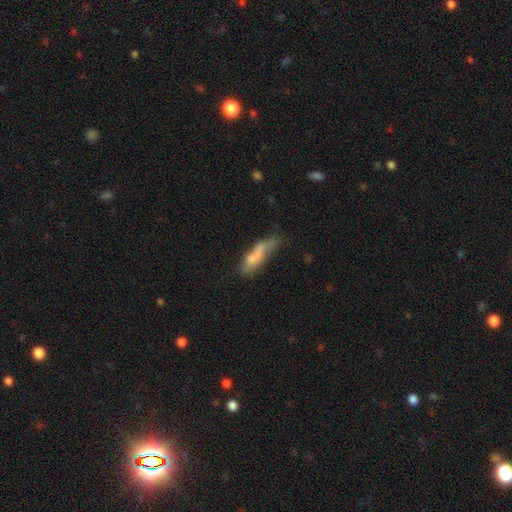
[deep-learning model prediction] smooth-or-featured: smooth: 62% | featured or disk: 28% | star or artifact: 10%
  how-rounded: cigar-shaped: 56% | in between: 41% | round: 3%
  merging: none: 31% | minor disturbance: 25% | major disturbance: 22% | merger: 21%